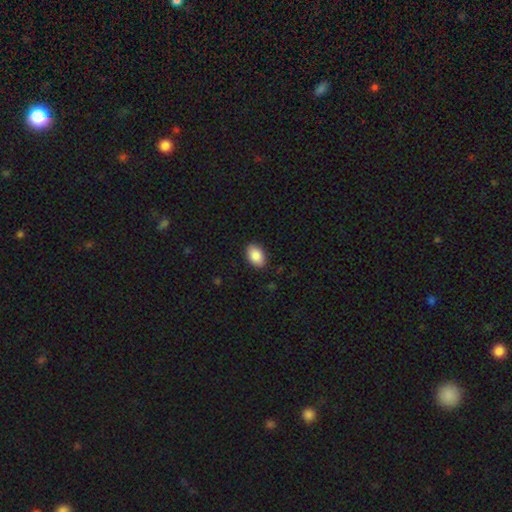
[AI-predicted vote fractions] Smooth or featured?
  - smooth: 88% *
  - star or artifact: 7%
  - featured or disk: 5%
How rounded?
  - in between: 90% *
  - round: 9%
  - cigar-shaped: 1%
Merging?
  - none: 89% *
  - minor disturbance: 8%
  - major disturbance: 2%
  - merger: 1%